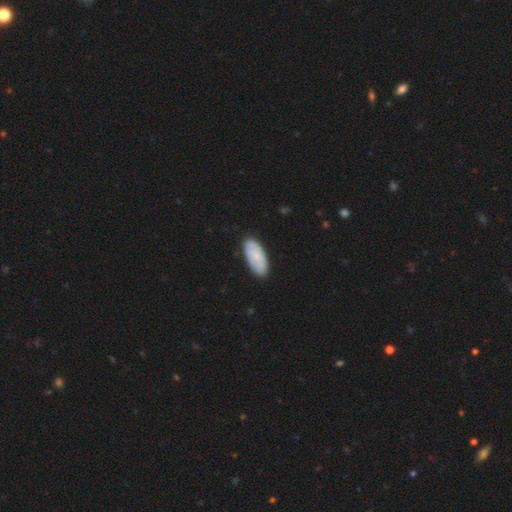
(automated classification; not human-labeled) Overall: smooth (74%). How rounded: in between (89%). Merging: none (84%).